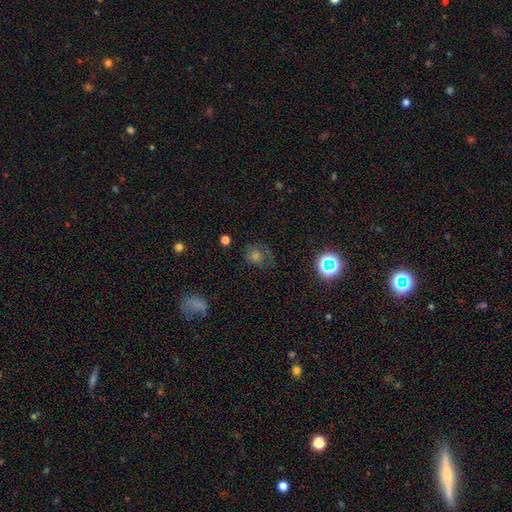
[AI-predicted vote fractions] Q: Smooth or featured?
A: smooth (46%); runner-up: star or artifact (30%)
Q: Merging?
A: none (64%); runner-up: minor disturbance (20%)